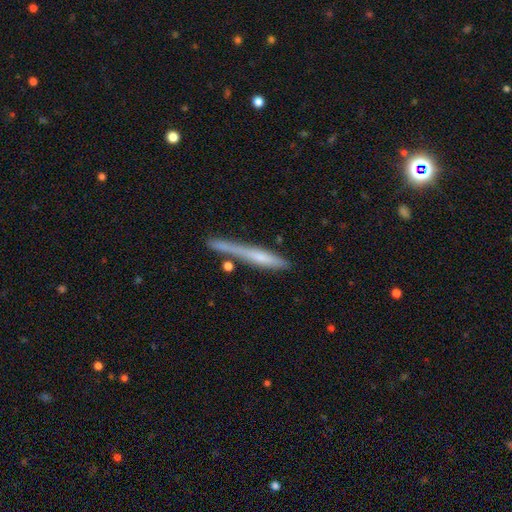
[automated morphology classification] smooth-or-featured: smooth: 46% (tied) | featured or disk: 46% (tied) | star or artifact: 8%
  merging: none: 71% | minor disturbance: 17% | merger: 8% | major disturbance: 5%